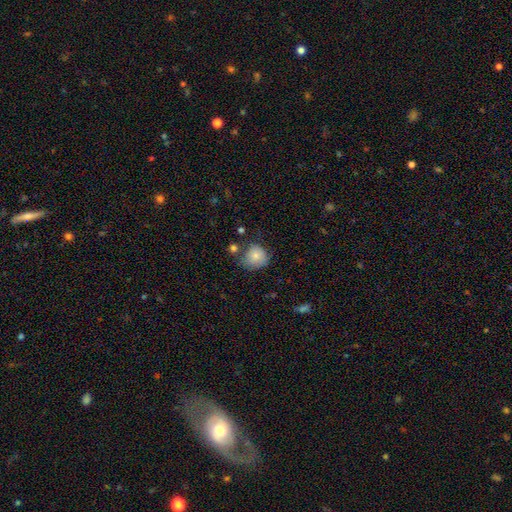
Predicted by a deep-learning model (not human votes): Smooth or featured: smooth — 79% (featured or disk — 11%)
How rounded: round — 80% (in between — 19%)
Merging: none — 56% (minor disturbance — 28%)